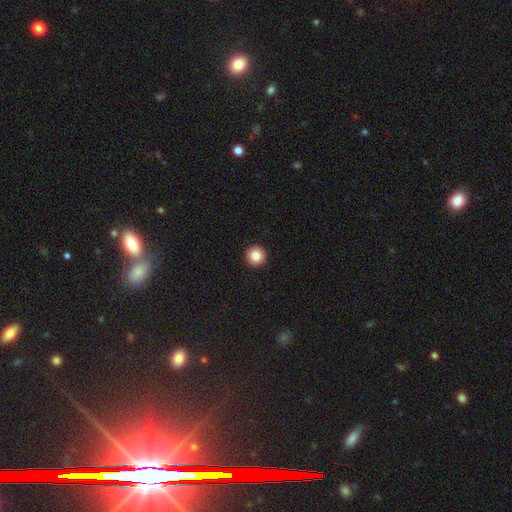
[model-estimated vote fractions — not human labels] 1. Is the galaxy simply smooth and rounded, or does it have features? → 85% smooth, 10% star or artifact, 6% featured or disk.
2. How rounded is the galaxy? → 96% round, 3% in between, 1% cigar-shaped.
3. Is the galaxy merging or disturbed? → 94% none, 4% minor disturbance, 1% major disturbance, 1% merger.